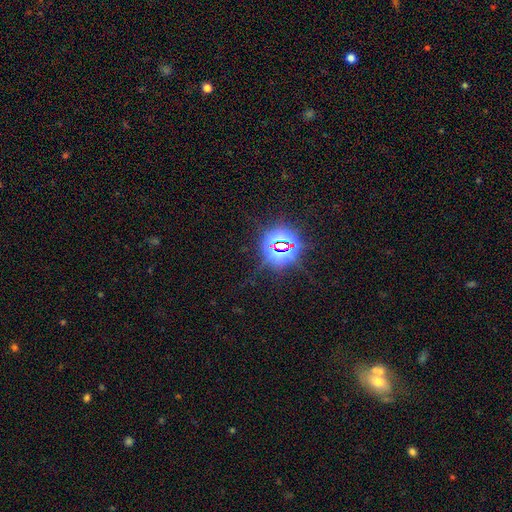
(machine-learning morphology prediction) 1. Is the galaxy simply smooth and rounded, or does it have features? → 79% star or artifact, 14% smooth, 7% featured or disk.